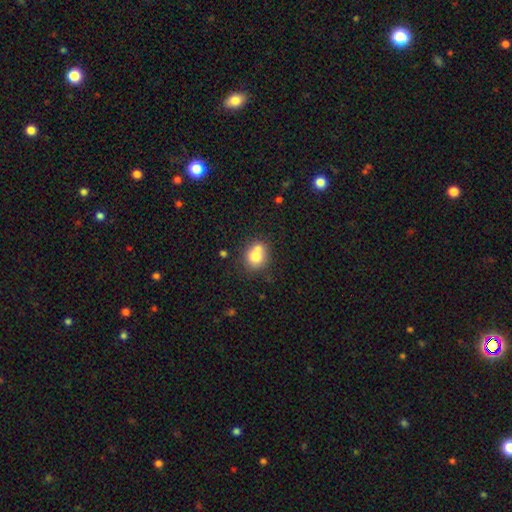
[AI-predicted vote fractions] Smooth or featured? smooth (73%)
How rounded? round (72%)
Merging? none (47%)